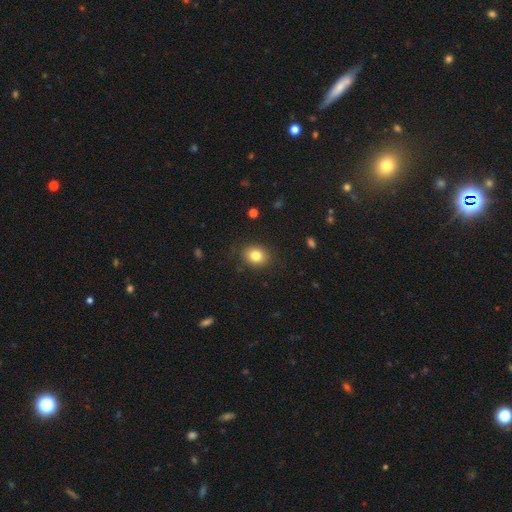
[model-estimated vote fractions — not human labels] A smooth galaxy with no disk features (82%) that is round (58%).

Vote fractions:
- Smooth or featured? smooth: 82% / star or artifact: 10% / featured or disk: 8%
- How rounded? round: 58% / in between: 42% / cigar-shaped: 1%
- Merging? none: 86% / minor disturbance: 10% / major disturbance: 3% / merger: 1%